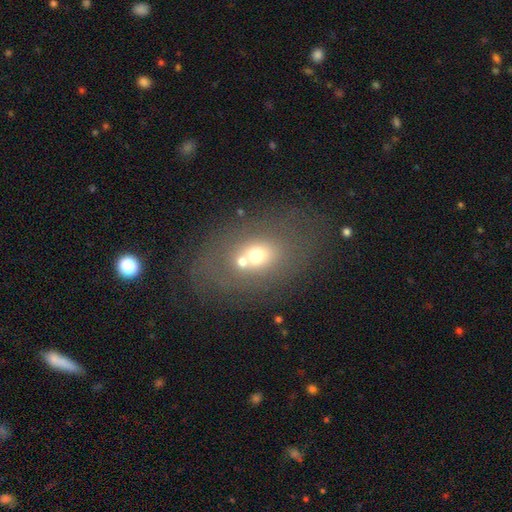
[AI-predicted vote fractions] Q: Smooth or featured?
A: smooth (59%); runner-up: featured or disk (23%)
Q: How rounded?
A: in between (55%); runner-up: round (44%)
Q: Merging?
A: none (46%); runner-up: merger (31%)